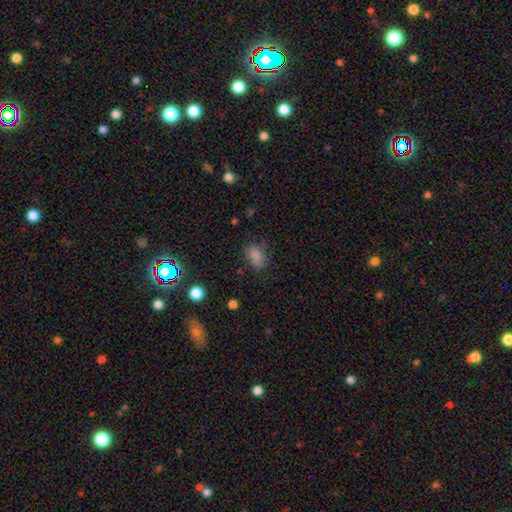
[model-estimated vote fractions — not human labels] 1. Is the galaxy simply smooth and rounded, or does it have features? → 83% smooth, 11% star or artifact, 6% featured or disk.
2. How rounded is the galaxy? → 87% in between, 10% round, 3% cigar-shaped.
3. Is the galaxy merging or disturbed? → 73% none, 19% minor disturbance, 6% major disturbance, 2% merger.